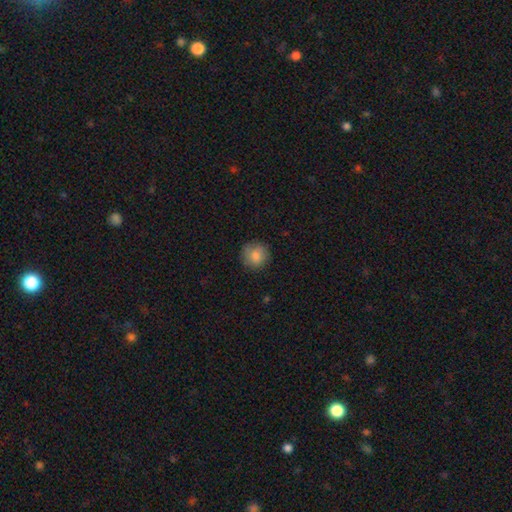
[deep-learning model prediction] Smooth or featured: smooth — 82% (featured or disk — 10%)
How rounded: round — 91% (in between — 8%)
Merging: none — 83% (minor disturbance — 13%)